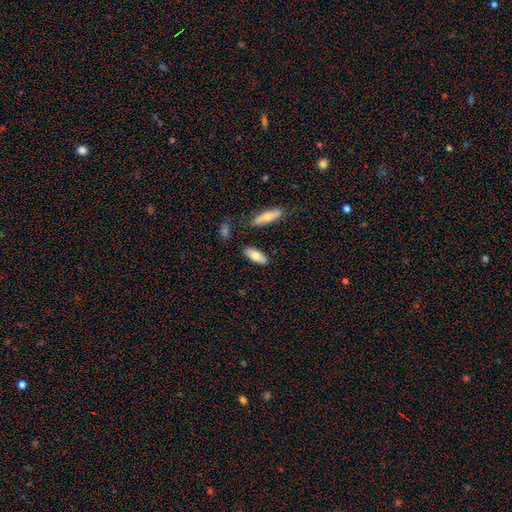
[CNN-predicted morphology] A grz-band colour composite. It shows a smooth galaxy with no disk features (71%) that is in between round and cigar-shaped (76%). Merging: none (84%).